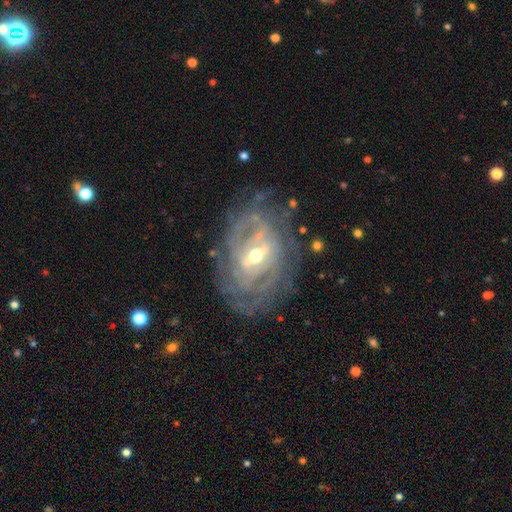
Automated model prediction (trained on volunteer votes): Morphology: type=featured or disk (87%); edge-on=no (95%); bar=strong (46%); spiral arms=yes (88%); winding=tight (67%); arm count=can't tell (43%); bulge=moderate (63%); merging=none (71%).